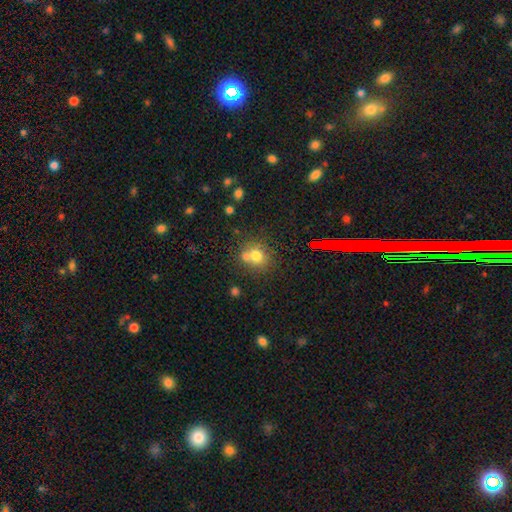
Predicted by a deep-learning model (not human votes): smooth 71%, star or artifact 15%, featured or disk 14%. Down the decision tree: how rounded — round (77%); merging — none (54%).